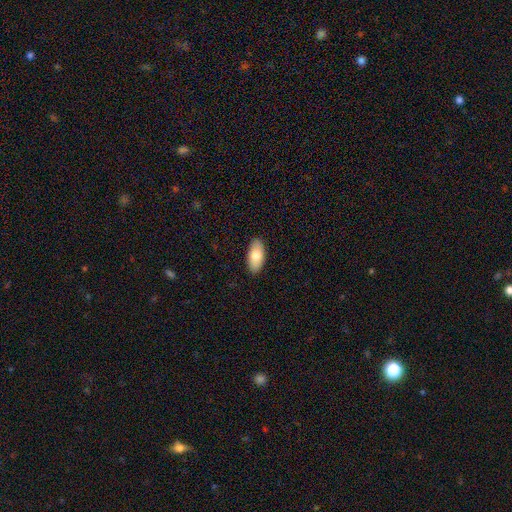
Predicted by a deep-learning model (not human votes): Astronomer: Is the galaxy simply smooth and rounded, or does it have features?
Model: smooth — 77%.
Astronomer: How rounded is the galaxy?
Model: in between — 92%.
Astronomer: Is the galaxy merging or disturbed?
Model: none — 90%.